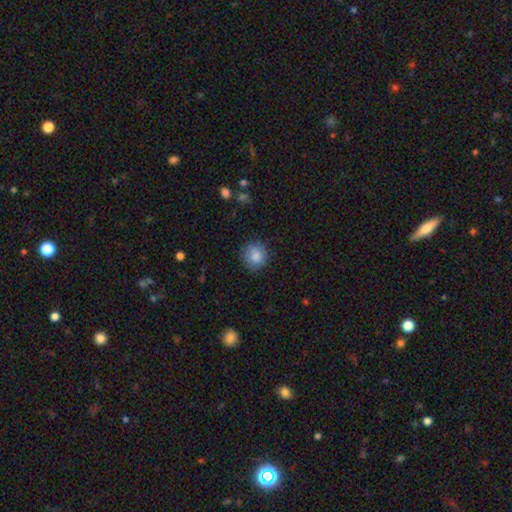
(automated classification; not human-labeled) The model was most divided on "merging": none: 82%, minor disturbance: 13%, major disturbance: 3%, merger: 1%. More confident: how rounded — round (88%); smooth or featured — smooth (85%).